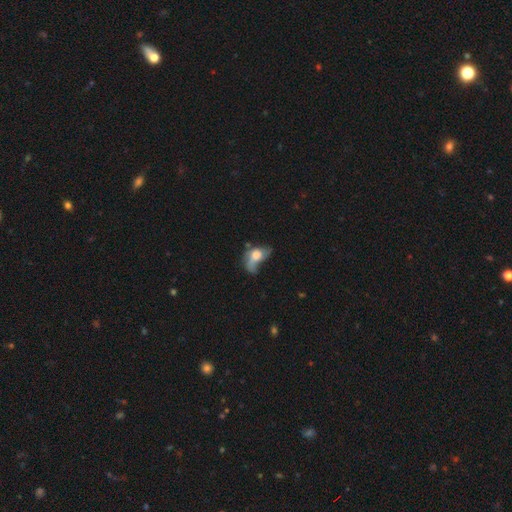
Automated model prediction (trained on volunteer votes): Smooth or featured? Predicted: smooth (p=0.51). How rounded? Predicted: in between (p=0.79). Merging? Predicted: major disturbance (p=0.46).